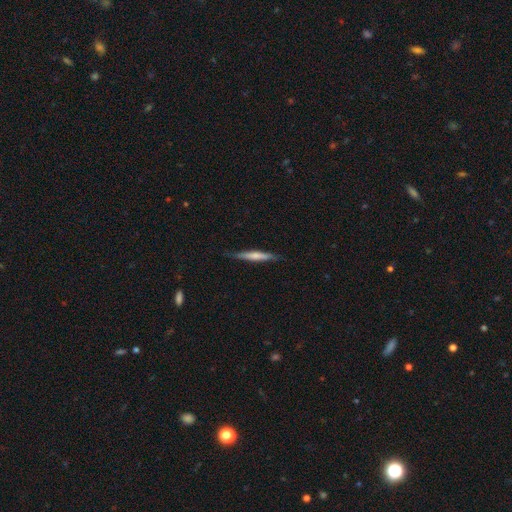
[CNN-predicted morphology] This is possibly a smooth galaxy (53%). How rounded: clearly cigar-shaped (94%). Merging: clearly none (84%).